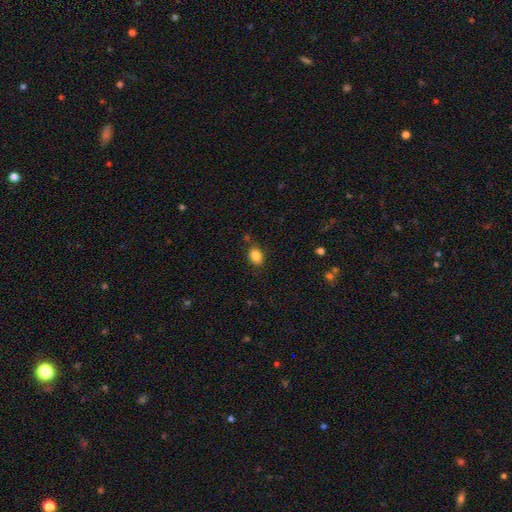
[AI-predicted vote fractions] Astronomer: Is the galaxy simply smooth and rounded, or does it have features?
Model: smooth — 86%.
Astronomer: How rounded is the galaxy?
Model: in between — 70%.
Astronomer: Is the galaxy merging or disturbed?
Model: none — 79%.